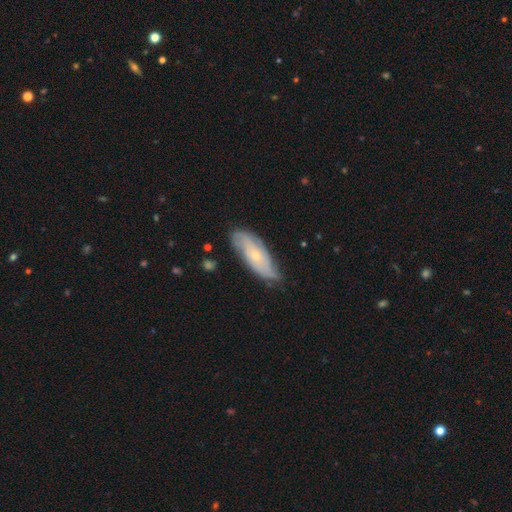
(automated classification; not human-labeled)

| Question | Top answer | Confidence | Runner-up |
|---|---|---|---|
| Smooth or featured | featured or disk | 61% | smooth (33%) |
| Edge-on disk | no | 85% | yes (15%) |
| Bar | no | 78% | weak (18%) |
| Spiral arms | yes | 84% | no (16%) |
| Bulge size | small | 74% | moderate (21%) |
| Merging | none | 70% | minor disturbance (23%) |